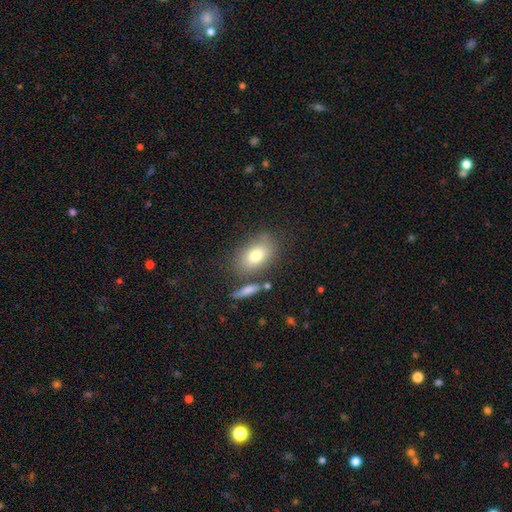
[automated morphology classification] Smooth or featured? smooth (76%)
How rounded? in between (84%)
Merging? none (70%)